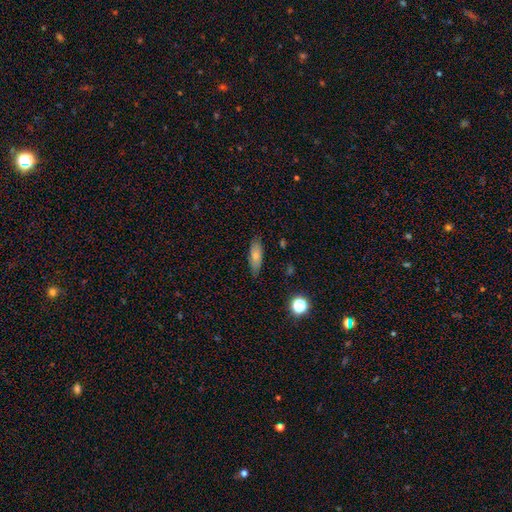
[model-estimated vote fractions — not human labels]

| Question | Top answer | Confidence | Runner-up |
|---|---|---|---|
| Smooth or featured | smooth | 73% | featured or disk (19%) |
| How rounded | in between | 66% | cigar-shaped (31%) |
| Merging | none | 81% | minor disturbance (15%) |